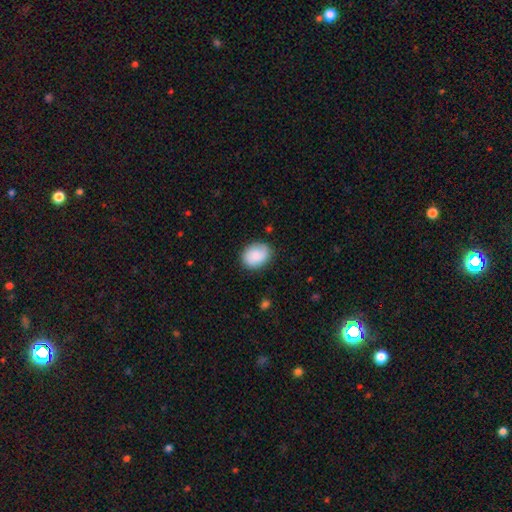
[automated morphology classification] Smooth or featured? smooth (83%)
How rounded? in between (58%)
Merging? none (81%)